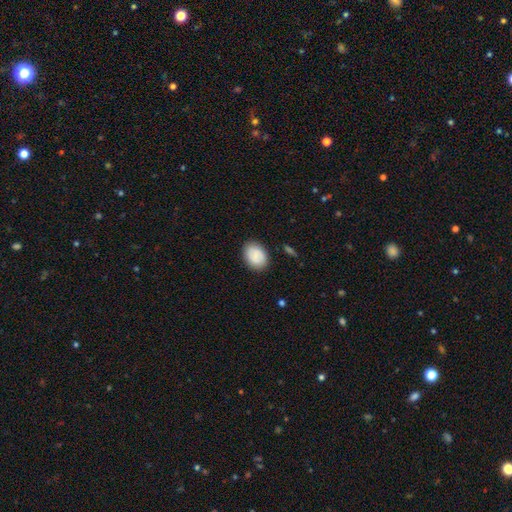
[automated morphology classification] A smooth galaxy with no disk features (87%) that is in between round and cigar-shaped (69%).

Vote fractions:
- Smooth or featured? smooth: 87% / star or artifact: 7% / featured or disk: 6%
- How rounded? in between: 69% / round: 30% / cigar-shaped: 1%
- Merging? none: 86% / minor disturbance: 11% / major disturbance: 3% / merger: 1%